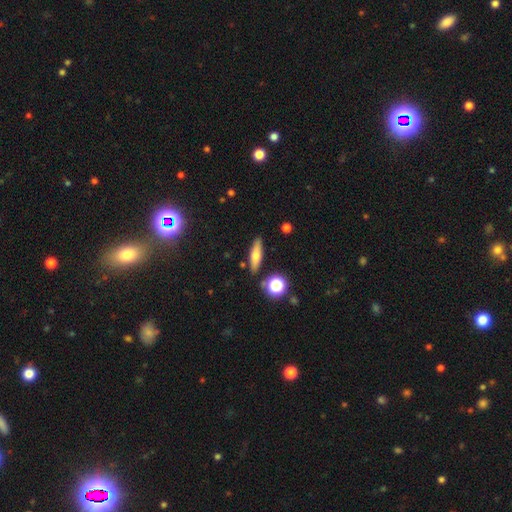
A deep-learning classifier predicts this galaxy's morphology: smooth-or-featured: smooth: 64% | featured or disk: 26% | star or artifact: 10%
  how-rounded: cigar-shaped: 60% | in between: 35% | round: 5%
  merging: none: 84% | minor disturbance: 10% | merger: 4% | major disturbance: 2%